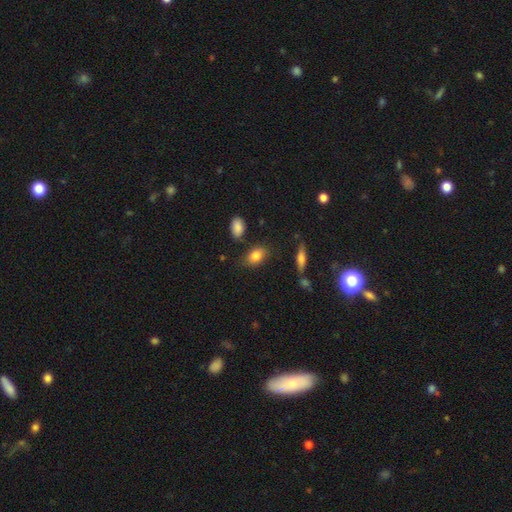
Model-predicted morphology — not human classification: Smooth or featured: smooth — 82% (featured or disk — 10%)
How rounded: in between — 83% (round — 14%)
Merging: none — 78% (minor disturbance — 15%)